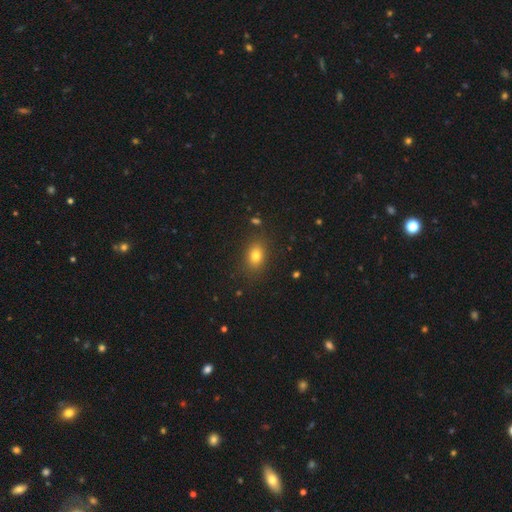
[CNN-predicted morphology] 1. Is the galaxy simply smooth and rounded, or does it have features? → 78% smooth, 13% star or artifact, 9% featured or disk.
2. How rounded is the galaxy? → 71% in between, 27% round, 2% cigar-shaped.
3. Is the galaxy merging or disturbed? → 85% none, 10% minor disturbance, 3% major disturbance, 2% merger.